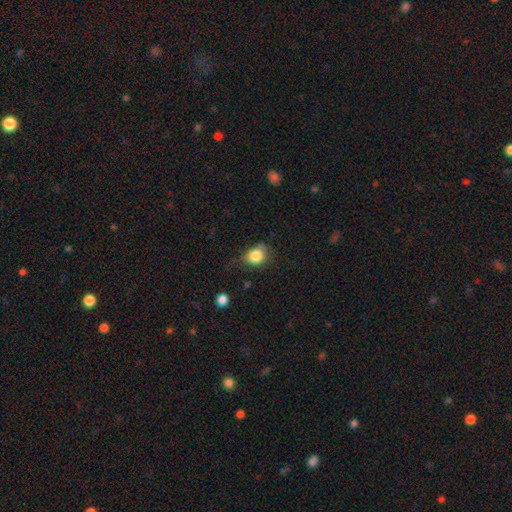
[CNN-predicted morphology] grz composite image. It shows a smooth galaxy with no disk features (82%) that is round (60%). Merging: none (56%).